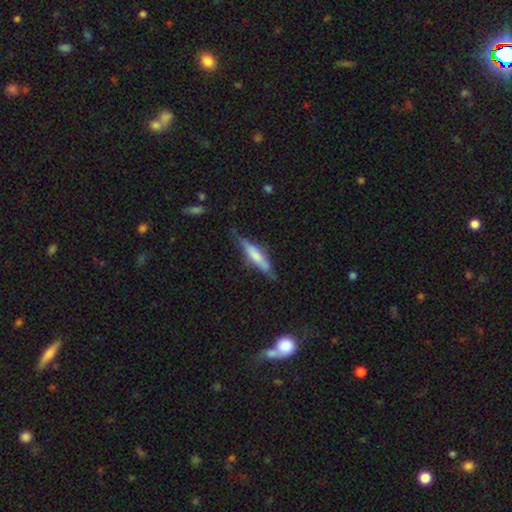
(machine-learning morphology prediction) Smooth or featured?
  - smooth: 53% *
  - featured or disk: 41%
  - star or artifact: 6%
How rounded?
  - cigar-shaped: 80% *
  - in between: 18%
  - round: 2%
Merging?
  - none: 66% *
  - minor disturbance: 25%
  - major disturbance: 7%
  - merger: 2%